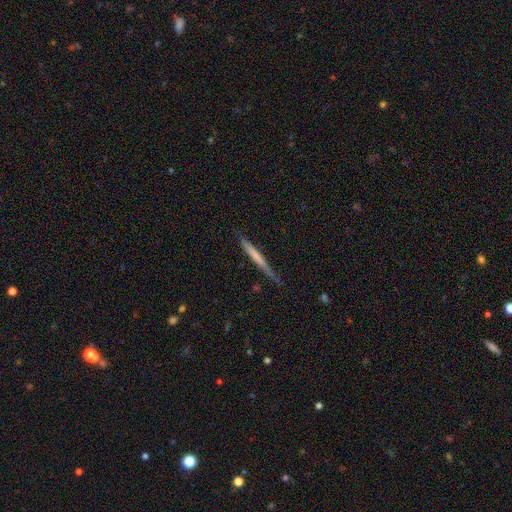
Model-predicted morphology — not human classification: Smooth or featured: smooth — 52% (featured or disk — 42%)
How rounded: cigar-shaped — 97% (in between — 2%)
Merging: none — 78% (minor disturbance — 18%)